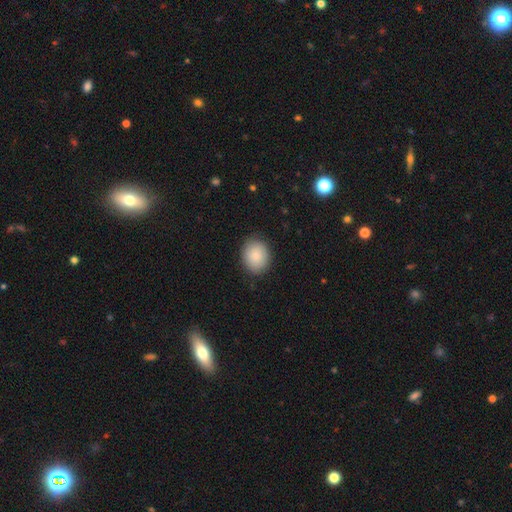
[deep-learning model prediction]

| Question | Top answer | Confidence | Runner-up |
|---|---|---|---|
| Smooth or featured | smooth | 87% | star or artifact (7%) |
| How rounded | round | 55% | in between (44%) |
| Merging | none | 87% | minor disturbance (10%) |